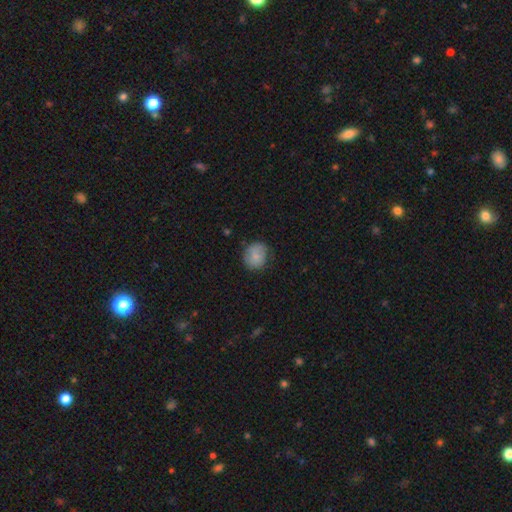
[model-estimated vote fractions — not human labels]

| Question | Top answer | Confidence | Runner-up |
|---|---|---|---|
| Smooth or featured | smooth | 77% | featured or disk (15%) |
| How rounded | round | 80% | in between (19%) |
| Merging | none | 68% | minor disturbance (24%) |